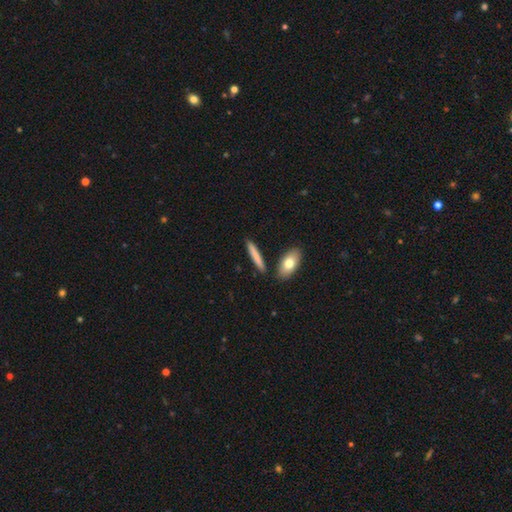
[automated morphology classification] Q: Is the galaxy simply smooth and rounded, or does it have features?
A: smooth — 76%.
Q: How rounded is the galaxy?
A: cigar-shaped — 85%.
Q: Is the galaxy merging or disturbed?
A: none — 86%.